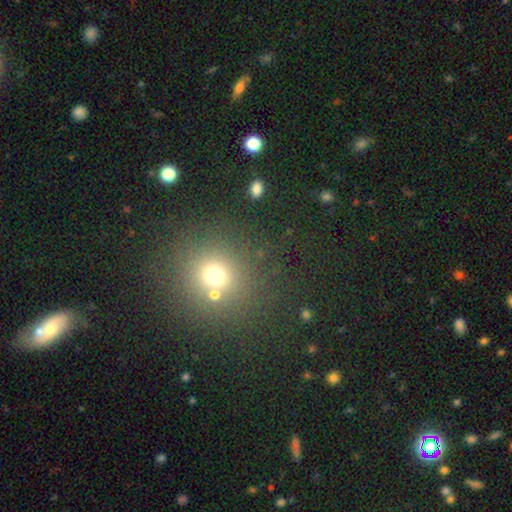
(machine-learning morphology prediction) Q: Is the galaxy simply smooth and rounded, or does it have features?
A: smooth — 55%.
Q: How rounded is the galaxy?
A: round — 88%.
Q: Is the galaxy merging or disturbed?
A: none — 75%.